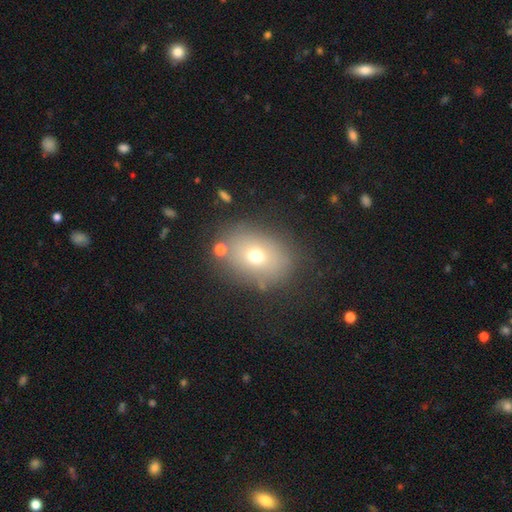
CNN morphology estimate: Smooth or featured? smooth (66%)
How rounded? in between (57%)
Merging? none (77%)